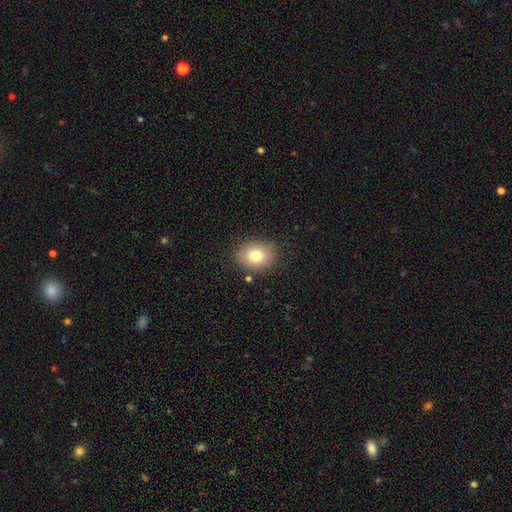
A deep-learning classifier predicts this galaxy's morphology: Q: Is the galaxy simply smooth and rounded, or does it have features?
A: smooth — 78%.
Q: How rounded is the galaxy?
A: round — 51%.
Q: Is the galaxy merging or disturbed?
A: none — 83%.